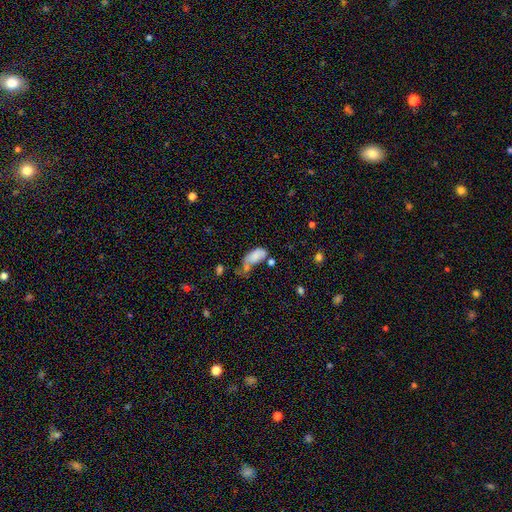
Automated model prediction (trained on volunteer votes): This appears to be a smooth galaxy with no disk features (76%) that is in between round and cigar-shaped (89%). Merging: major disturbance (29%).